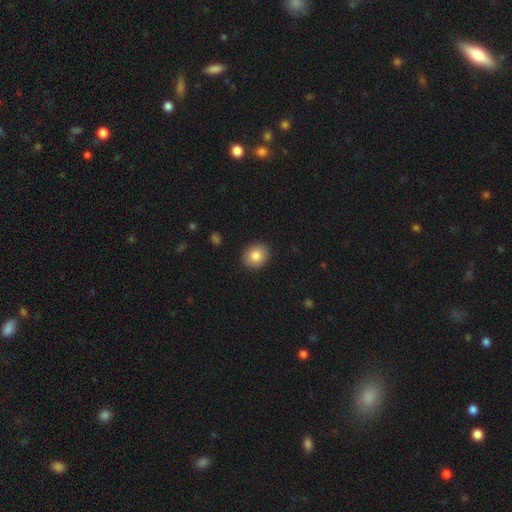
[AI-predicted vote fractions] smooth 83%, featured or disk 8%, star or artifact 8%. Down the decision tree: how rounded — round (58%); merging — none (90%).